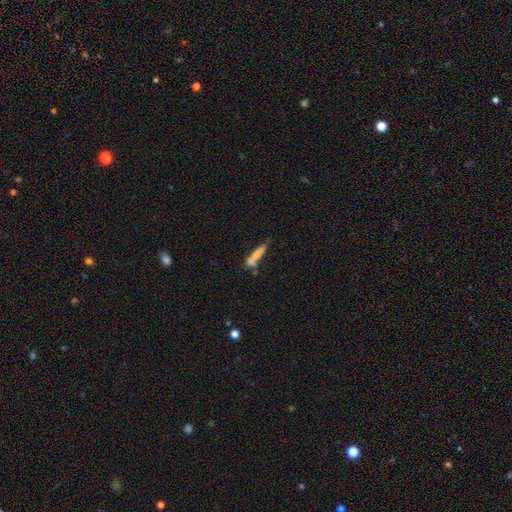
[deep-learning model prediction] The model was most divided on "merging": none: 42%, merger: 33%, minor disturbance: 18%, major disturbance: 8%. More confident: how rounded — cigar-shaped (82%); smooth or featured — smooth (64%).